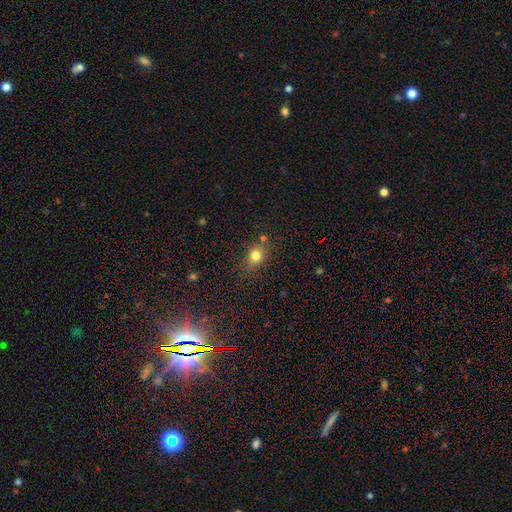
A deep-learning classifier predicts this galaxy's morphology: A smooth galaxy with no disk features (77%) that is round (62%).

Vote fractions:
- Smooth or featured? smooth: 77% / star or artifact: 15% / featured or disk: 9%
- How rounded? round: 62% / in between: 36% / cigar-shaped: 2%
- Merging? none: 72% / minor disturbance: 16% / merger: 7% / major disturbance: 5%